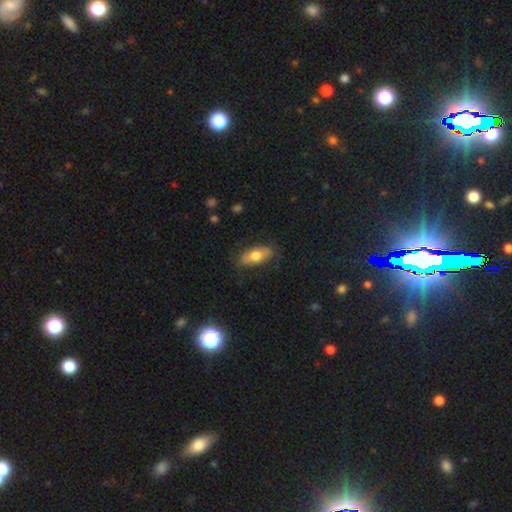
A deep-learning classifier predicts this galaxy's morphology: This appears to be a smooth galaxy with no disk features (70%) that is in between round and cigar-shaped (81%). Merging: none (80%).